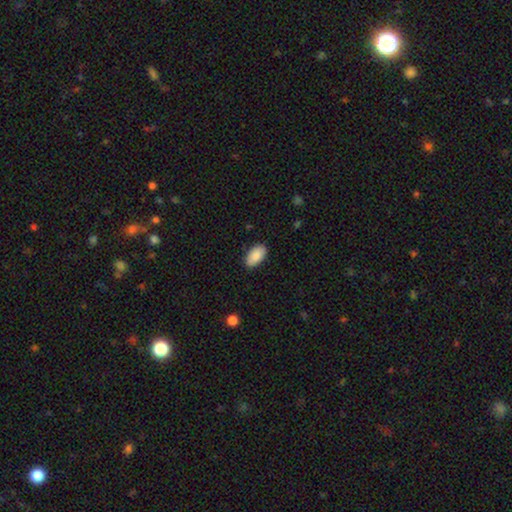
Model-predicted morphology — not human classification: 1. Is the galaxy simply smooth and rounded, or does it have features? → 89% smooth, 6% star or artifact, 5% featured or disk.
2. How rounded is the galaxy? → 95% in between, 2% round, 2% cigar-shaped.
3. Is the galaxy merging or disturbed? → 87% none, 10% minor disturbance, 2% major disturbance, 1% merger.